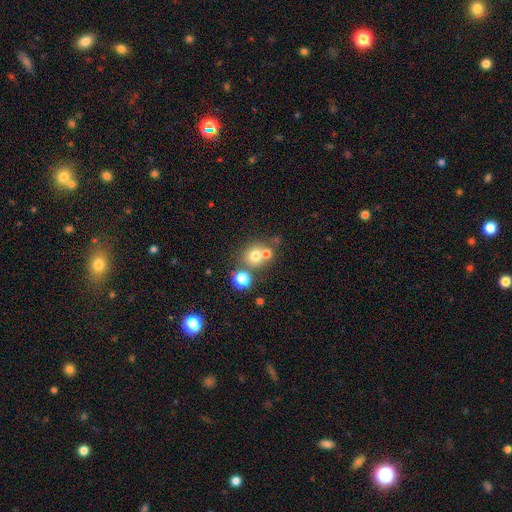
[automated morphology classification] smooth_or_featured: smooth (p=0.69) [alt: star or artifact p=0.16]
how_rounded: round (p=0.84) [alt: in between p=0.15]
merging: none (p=0.51) [alt: merger p=0.38]